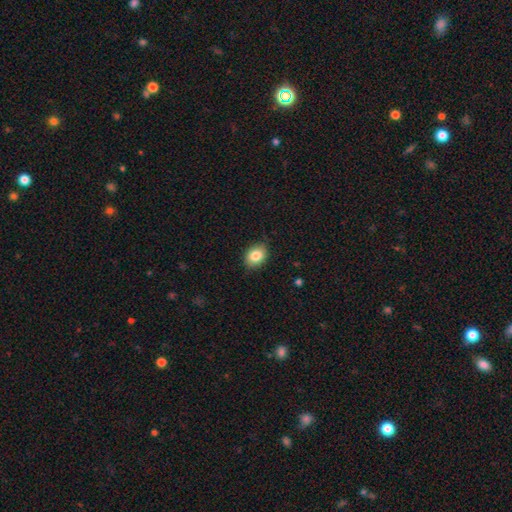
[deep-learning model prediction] Smooth or featured?
  - smooth: 84% *
  - star or artifact: 8%
  - featured or disk: 7%
How rounded?
  - in between: 67% *
  - round: 32%
  - cigar-shaped: 1%
Merging?
  - none: 84% *
  - minor disturbance: 13%
  - major disturbance: 2%
  - merger: 1%